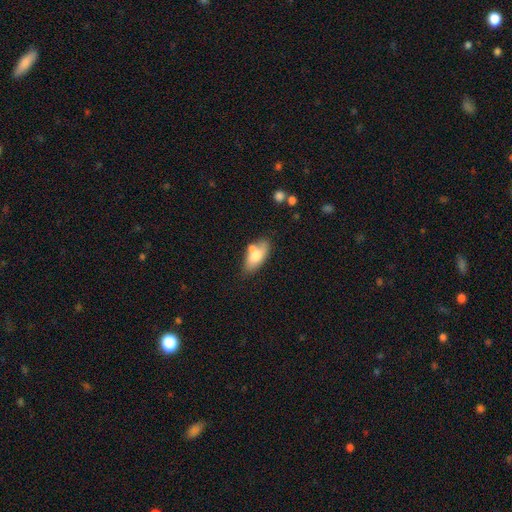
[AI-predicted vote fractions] This appears to be a smooth galaxy with no disk features (73%) that is in between round and cigar-shaped (85%). Merging: none (56%).